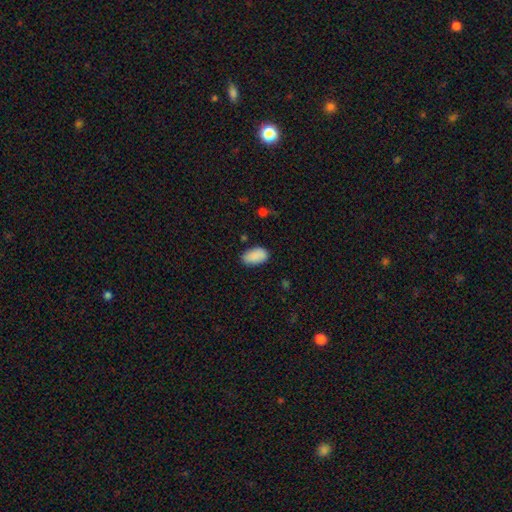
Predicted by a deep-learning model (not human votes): smooth_or_featured: smooth (p=0.89) [alt: star or artifact p=0.07]
how_rounded: in between (p=0.94) [alt: round p=0.04]
merging: none (p=0.79) [alt: minor disturbance p=0.16]